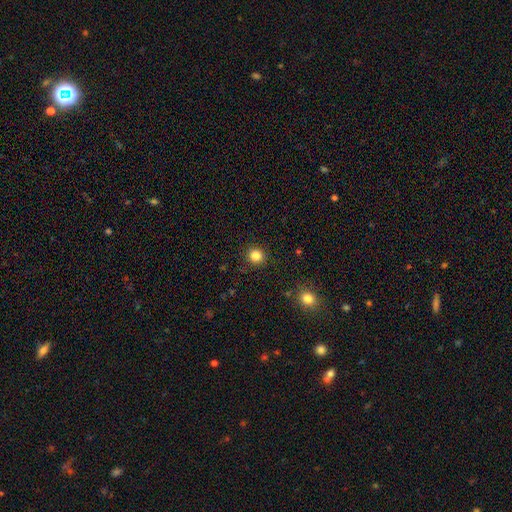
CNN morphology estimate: A smooth galaxy with no disk features (84%) that is round (91%).

Vote fractions:
- Smooth or featured? smooth: 84% / star or artifact: 12% / featured or disk: 4%
- How rounded? round: 91% / in between: 8% / cigar-shaped: 1%
- Merging? none: 91% / minor disturbance: 6% / major disturbance: 2% / merger: 1%